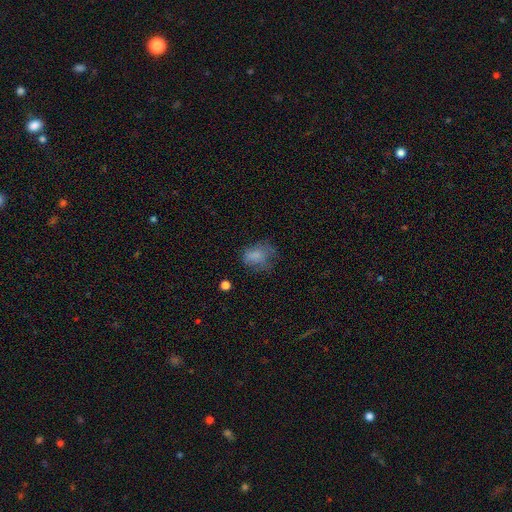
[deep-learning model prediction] Smooth or featured?
  - smooth: 71% *
  - featured or disk: 17%
  - star or artifact: 13%
How rounded?
  - in between: 64% *
  - round: 34%
  - cigar-shaped: 1%
Merging?
  - none: 43% *
  - minor disturbance: 28%
  - major disturbance: 27%
  - merger: 2%